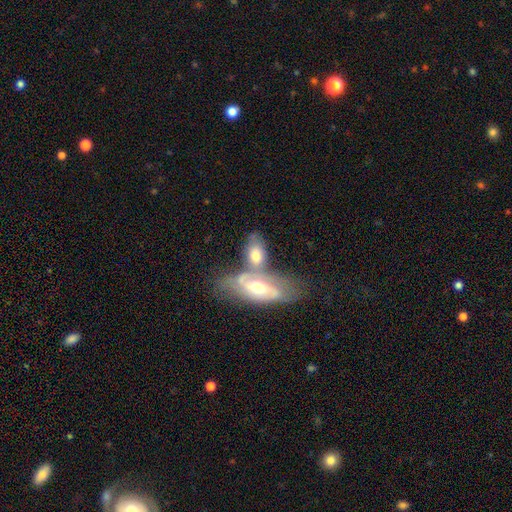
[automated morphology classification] This appears to be a smooth galaxy with no disk features (48%). Merging: merger (60%).